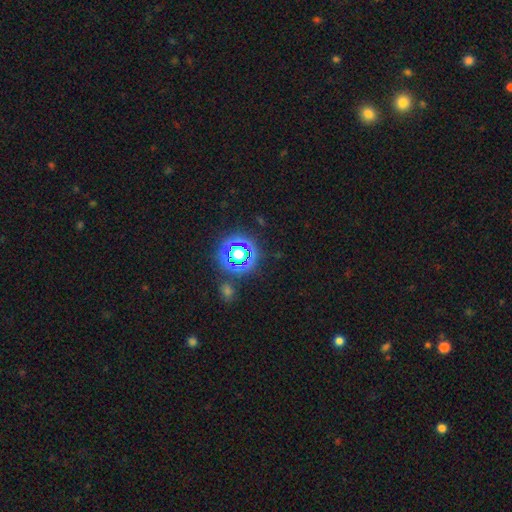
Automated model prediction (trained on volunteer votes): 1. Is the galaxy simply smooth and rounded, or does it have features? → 76% star or artifact, 17% smooth, 7% featured or disk.